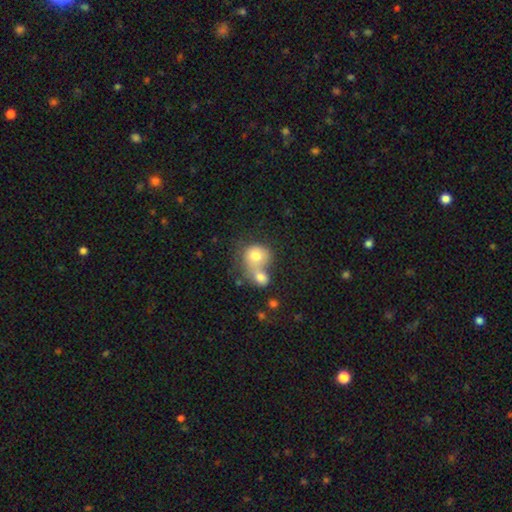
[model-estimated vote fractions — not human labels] This is likely a smooth galaxy (76%). How rounded: likely round (71%). Merging: likely merger (67%).